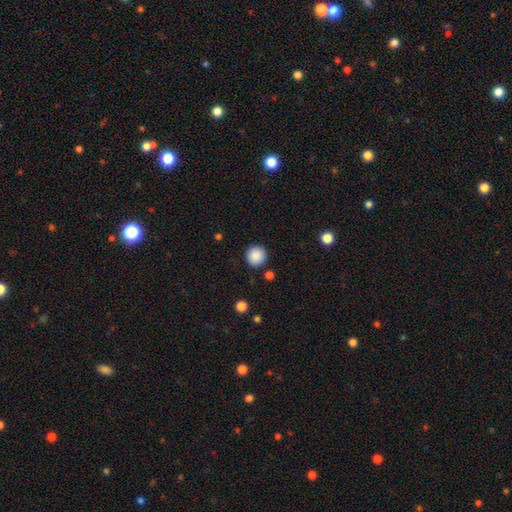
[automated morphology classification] This appears to be a smooth galaxy with no disk features (88%) that is round (95%). Merging: none (90%).